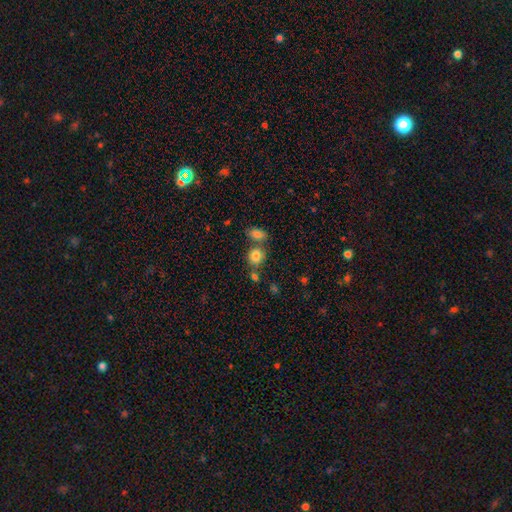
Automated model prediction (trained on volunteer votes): Smooth or featured?
  - smooth: 81% *
  - star or artifact: 11%
  - featured or disk: 8%
How rounded?
  - round: 66% *
  - in between: 32%
  - cigar-shaped: 1%
Merging?
  - none: 57% *
  - merger: 28%
  - minor disturbance: 11%
  - major disturbance: 4%